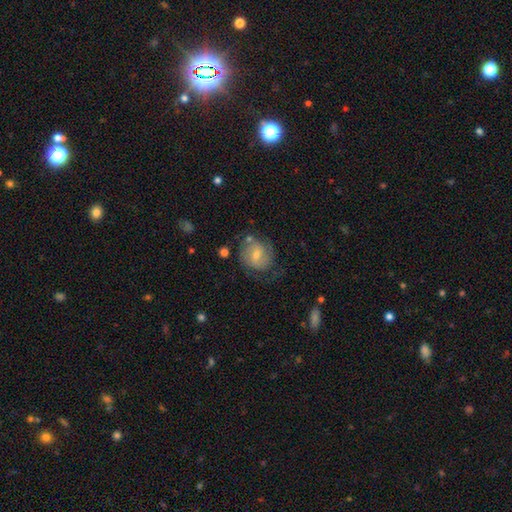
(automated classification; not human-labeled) This appears to be a featured or disk galaxy (49%). Merging: none (65%).